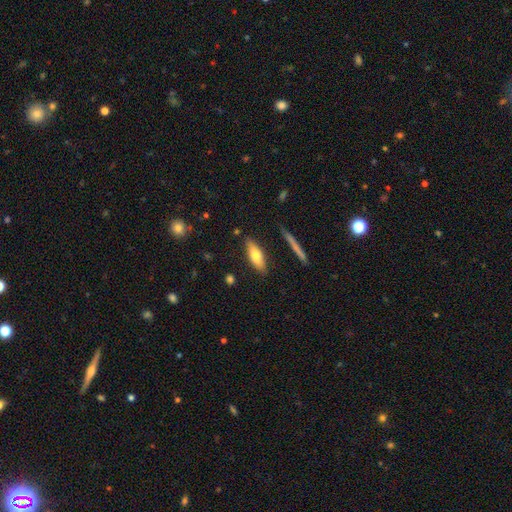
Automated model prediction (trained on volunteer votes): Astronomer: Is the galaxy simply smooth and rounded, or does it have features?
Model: smooth — 68%.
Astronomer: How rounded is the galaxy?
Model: in between — 58% (runner-up: cigar-shaped, 40%).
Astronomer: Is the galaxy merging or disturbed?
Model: none — 82%.